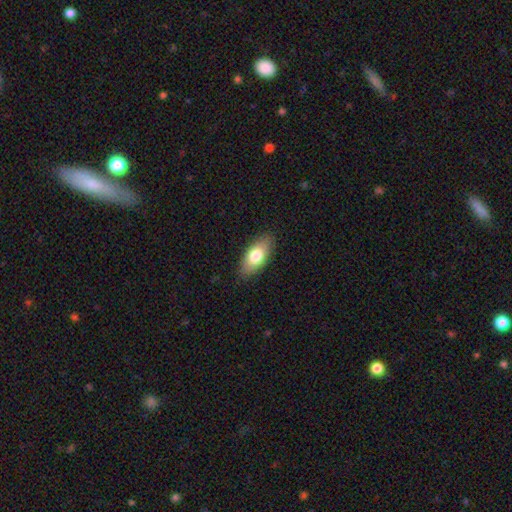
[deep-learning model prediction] This is likely a smooth galaxy (75%). How rounded: clearly in between (88%). Merging: clearly none (85%).